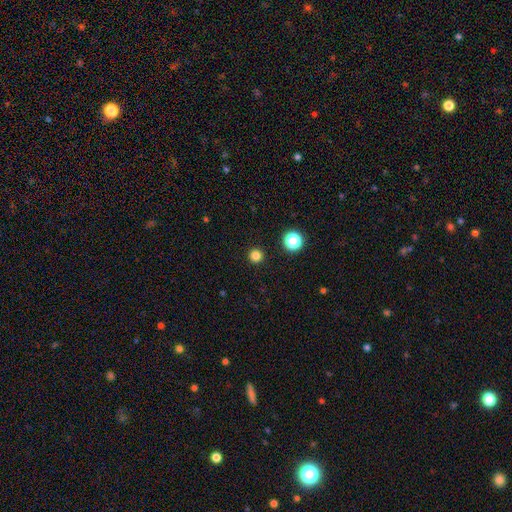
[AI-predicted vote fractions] A smooth galaxy with no disk features (82%) that is round (96%).

Vote fractions:
- Smooth or featured? smooth: 82% / star or artifact: 15% / featured or disk: 4%
- How rounded? round: 96% / in between: 3% / cigar-shaped: 1%
- Merging? none: 93% / minor disturbance: 4% / major disturbance: 2% / merger: 1%